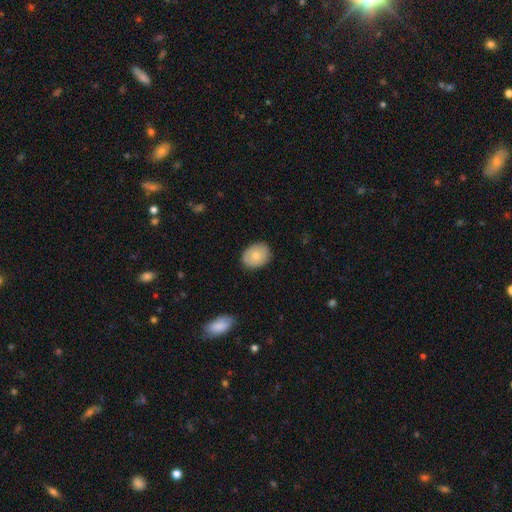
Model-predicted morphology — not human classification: A smooth galaxy with no disk features (73%) that is in between round and cigar-shaped (63%).

Vote fractions:
- Smooth or featured? smooth: 73% / featured or disk: 20% / star or artifact: 7%
- How rounded? in between: 63% / round: 36% / cigar-shaped: 1%
- Merging? none: 87% / minor disturbance: 10% / major disturbance: 2% / merger: 1%